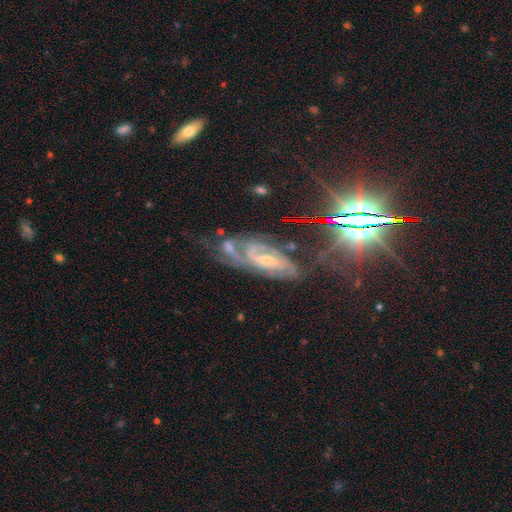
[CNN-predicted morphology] type=featured or disk (76%); edge-on=no (92%); bar=weak (46%); spiral arms=yes (95%); winding=tight (47%); arm count=2 (55%); bulge=small (56%); merging=none (48%).